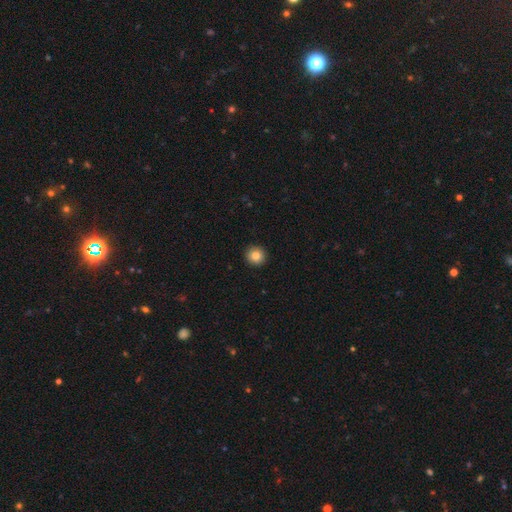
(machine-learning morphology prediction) smooth-or-featured: smooth: 82% | star or artifact: 10% | featured or disk: 8%
  how-rounded: round: 95% | in between: 4% | cigar-shaped: 1%
  merging: none: 93% | minor disturbance: 4% | major disturbance: 1% | merger: 1%